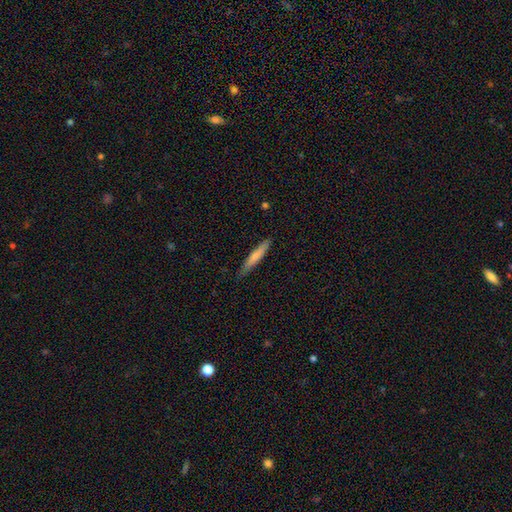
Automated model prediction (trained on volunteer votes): A smooth galaxy with no disk features (70%) that is cigar-shaped (92%).

Vote fractions:
- Smooth or featured? smooth: 70% / featured or disk: 24% / star or artifact: 6%
- How rounded? cigar-shaped: 92% / in between: 7% / round: 1%
- Merging? none: 83% / minor disturbance: 14% / major disturbance: 2% / merger: 1%